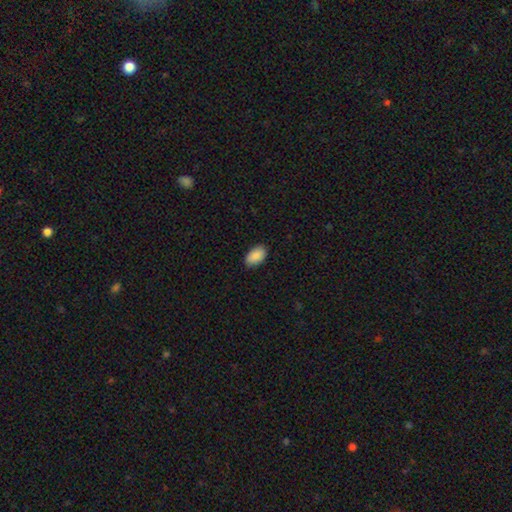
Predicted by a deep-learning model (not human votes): Smooth or featured?
  - smooth: 89% *
  - star or artifact: 6%
  - featured or disk: 4%
How rounded?
  - in between: 94% *
  - round: 5%
  - cigar-shaped: 1%
Merging?
  - none: 87% *
  - minor disturbance: 10%
  - major disturbance: 2%
  - merger: 1%